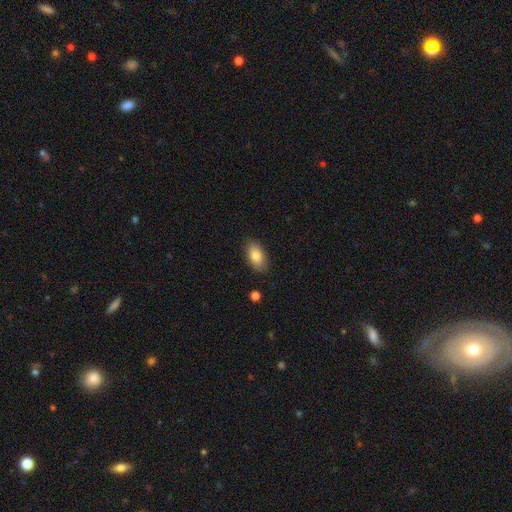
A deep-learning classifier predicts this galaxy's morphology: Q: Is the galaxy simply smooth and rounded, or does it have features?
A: smooth — 81%.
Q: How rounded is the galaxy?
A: in between — 92%.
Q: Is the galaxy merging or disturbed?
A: none — 85%.